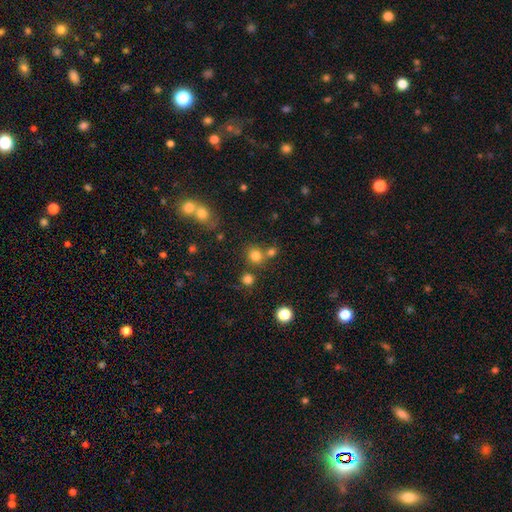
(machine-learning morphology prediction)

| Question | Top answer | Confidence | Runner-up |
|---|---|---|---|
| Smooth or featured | smooth | 77% | star or artifact (17%) |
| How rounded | round | 83% | in between (16%) |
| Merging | none | 67% | merger (20%) |